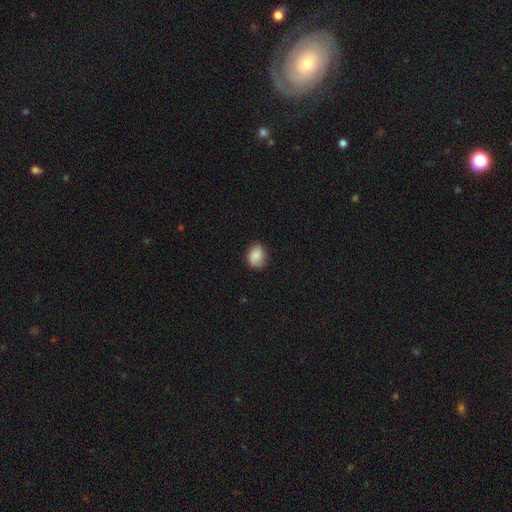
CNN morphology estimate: Smooth or featured? smooth (87%)
How rounded? in between (51%)
Merging? none (77%)